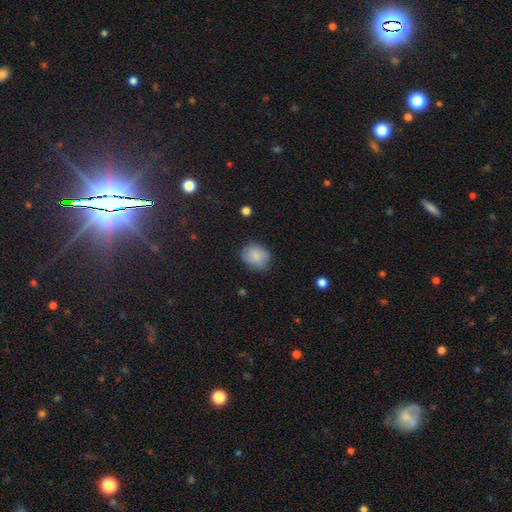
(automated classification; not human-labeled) smooth_or_featured: smooth (p=0.83) [alt: featured or disk p=0.09]
how_rounded: in between (p=0.50) [alt: round p=0.49]
merging: none (p=0.72) [alt: minor disturbance p=0.22]